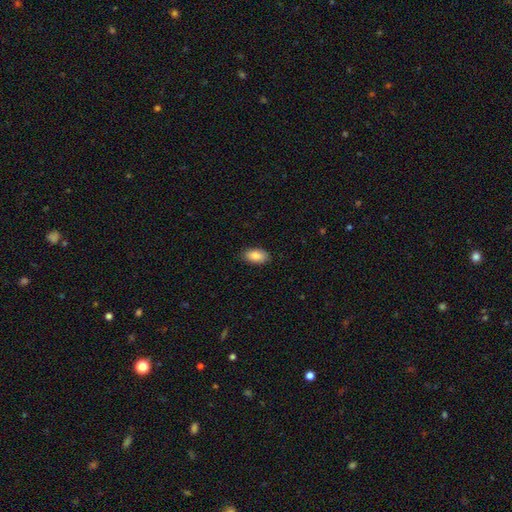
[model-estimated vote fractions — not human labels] Smooth or featured? Predicted: smooth (p=0.87). How rounded? Predicted: in between (p=0.94). Merging? Predicted: none (p=0.87).